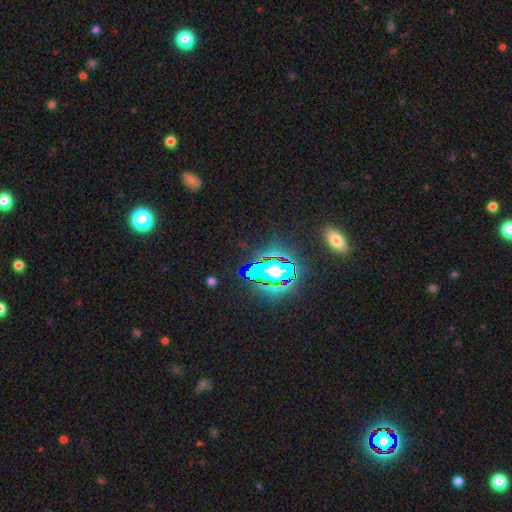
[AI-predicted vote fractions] This is likely a star or artifact rather than a galaxy (70%).